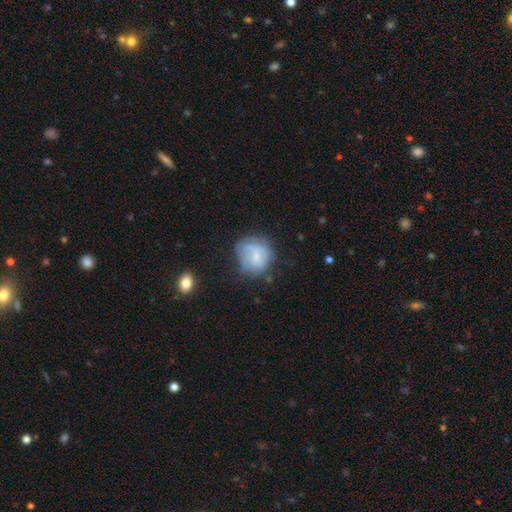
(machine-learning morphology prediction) smooth-or-featured: smooth: 60% | featured or disk: 32% | star or artifact: 8%
  how-rounded: round: 78% | in between: 21% | cigar-shaped: 1%
  merging: none: 51% | minor disturbance: 29% | major disturbance: 17% | merger: 3%